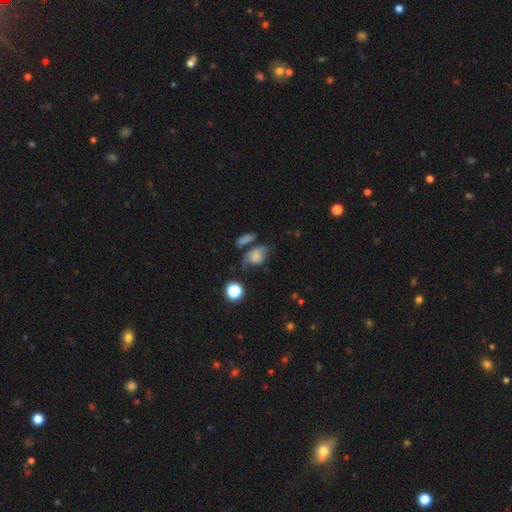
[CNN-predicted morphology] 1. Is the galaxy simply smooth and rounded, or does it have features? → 62% smooth, 26% featured or disk, 12% star or artifact.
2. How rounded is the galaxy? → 66% in between, 31% round, 2% cigar-shaped.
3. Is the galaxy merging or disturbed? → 38% none, 25% minor disturbance, 21% major disturbance, 15% merger.